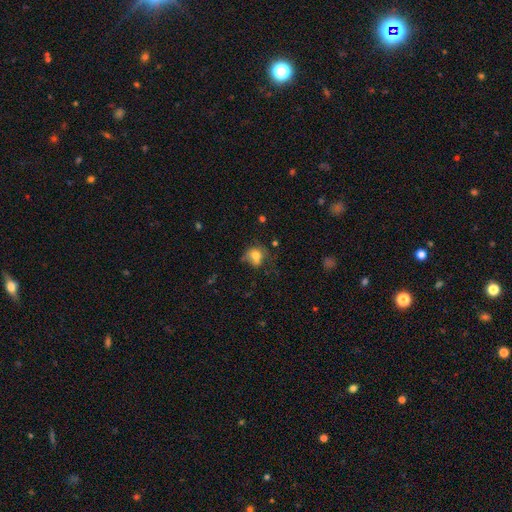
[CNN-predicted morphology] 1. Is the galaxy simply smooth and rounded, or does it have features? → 71% smooth, 17% featured or disk, 12% star or artifact.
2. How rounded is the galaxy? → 63% round, 36% in between, 1% cigar-shaped.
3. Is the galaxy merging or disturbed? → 46% none, 29% minor disturbance, 18% major disturbance, 7% merger.